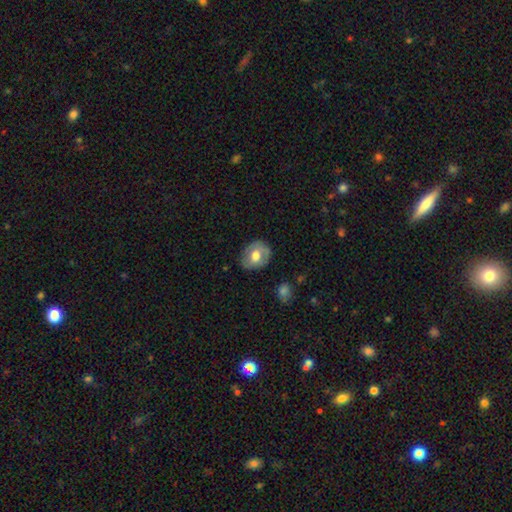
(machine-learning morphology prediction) Smooth or featured? Predicted: smooth (p=0.56). How rounded? Predicted: in between (p=0.52). Merging? Predicted: none (p=0.75).